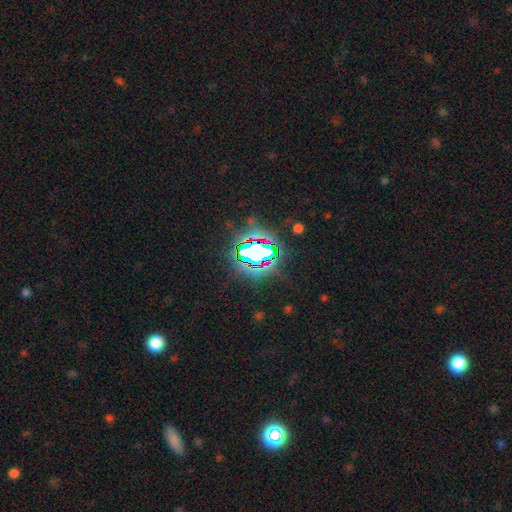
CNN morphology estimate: Smooth or featured? star or artifact (78%)